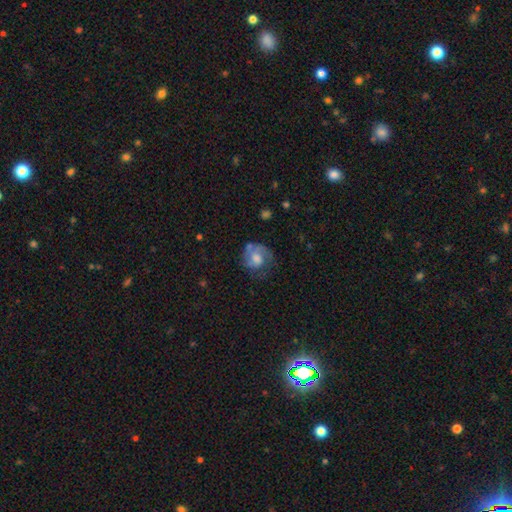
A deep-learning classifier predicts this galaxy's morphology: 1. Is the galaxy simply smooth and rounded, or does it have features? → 50% featured or disk, 43% smooth, 8% star or artifact.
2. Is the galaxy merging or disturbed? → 48% none, 25% minor disturbance, 23% major disturbance, 4% merger.